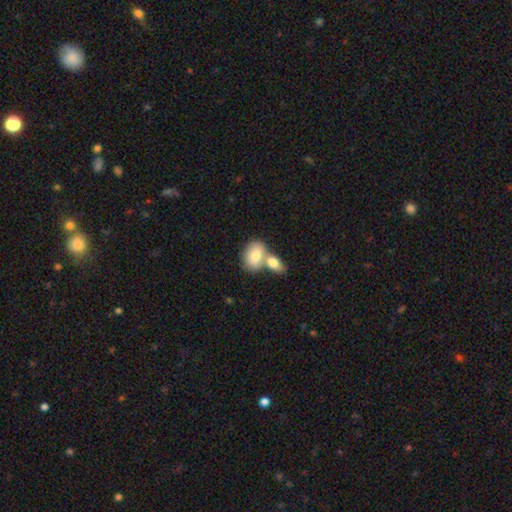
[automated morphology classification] Smooth or featured? Predicted: smooth (p=0.78). How rounded? Predicted: in between (p=0.85). Merging? Predicted: merger (p=0.59).